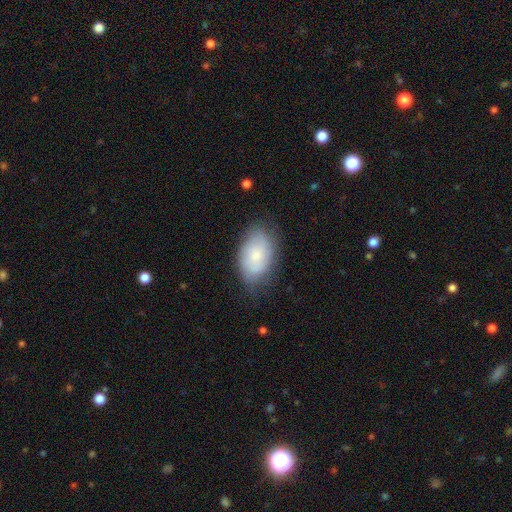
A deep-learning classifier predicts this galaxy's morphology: Overall: smooth (65%; featured or disk 28%). How rounded: in between (91%). Merging: none (72%).